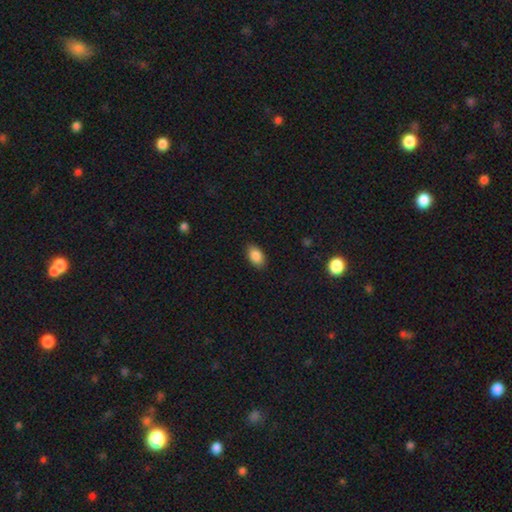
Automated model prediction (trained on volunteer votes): Smooth or featured: smooth — 87% (star or artifact — 8%)
How rounded: in between — 89% (round — 9%)
Merging: none — 86% (minor disturbance — 10%)